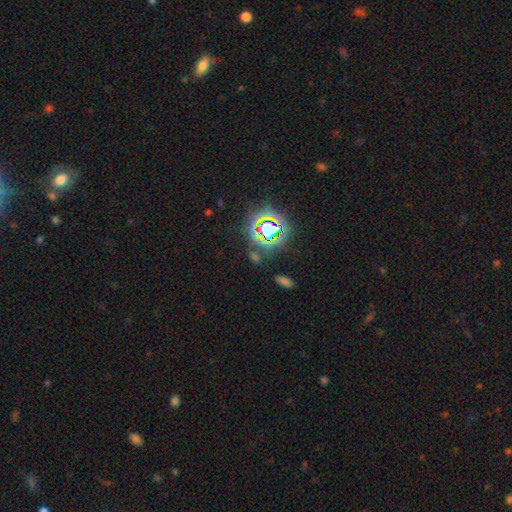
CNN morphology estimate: Smooth or featured? star or artifact (64%)